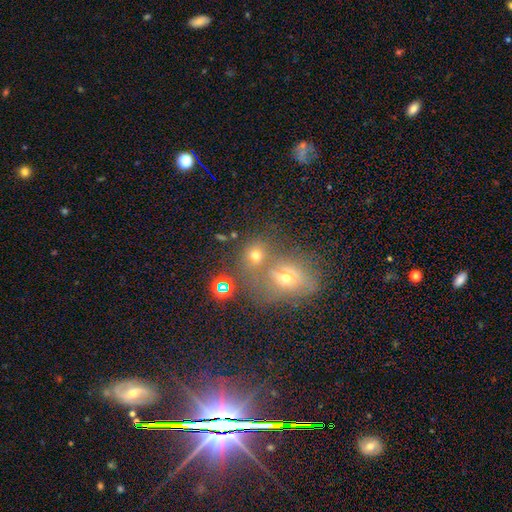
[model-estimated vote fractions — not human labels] smooth-or-featured: smooth: 64% | star or artifact: 22% | featured or disk: 14%
  how-rounded: round: 68% | in between: 31% | cigar-shaped: 1%
  merging: none: 45% | merger: 40% | minor disturbance: 9% | major disturbance: 6%